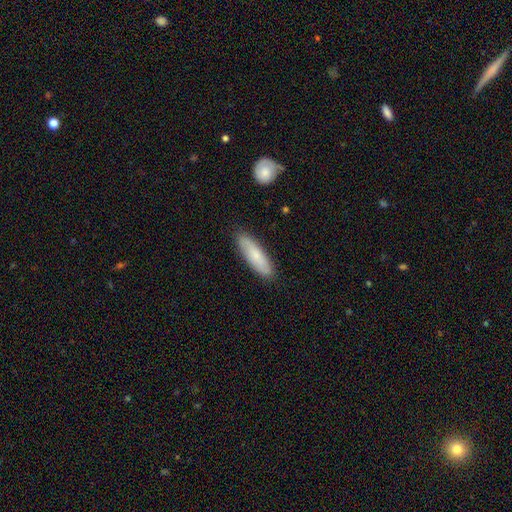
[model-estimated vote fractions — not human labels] smooth_or_featured: smooth (p=0.75) [alt: featured or disk p=0.20]
how_rounded: cigar-shaped (p=0.62) [alt: in between p=0.36]
merging: none (p=0.85) [alt: minor disturbance p=0.11]